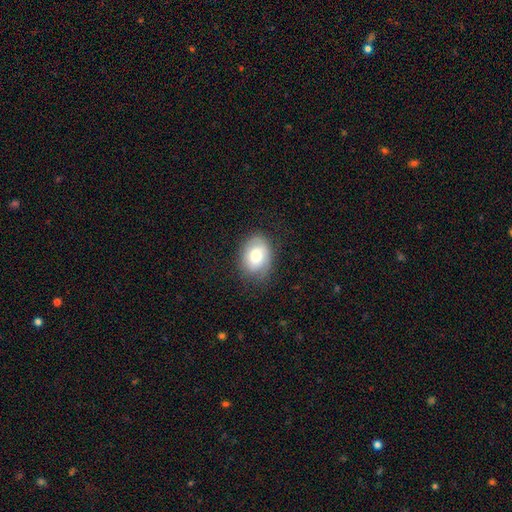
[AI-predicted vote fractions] A smooth galaxy with no disk features (66%) that is in between round and cigar-shaped (70%).

Vote fractions:
- Smooth or featured? smooth: 66% / featured or disk: 26% / star or artifact: 8%
- How rounded? in between: 70% / round: 29% / cigar-shaped: 1%
- Merging? none: 72% / minor disturbance: 21% / major disturbance: 6% / merger: 1%